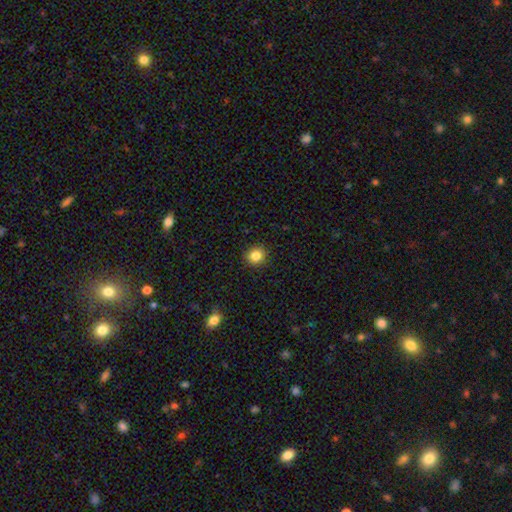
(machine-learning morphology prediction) This appears to be a smooth galaxy with no disk features (84%) that is round (84%). Merging: none (91%).